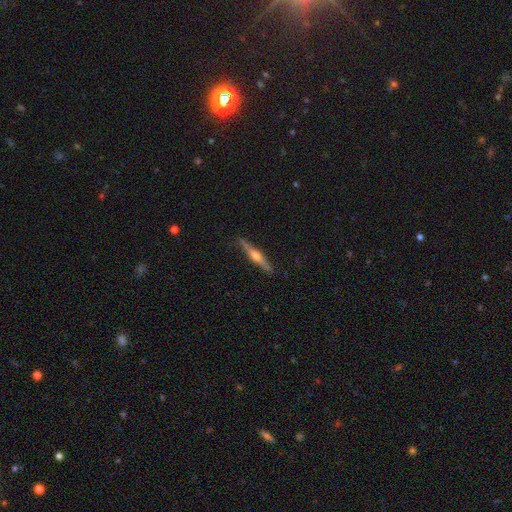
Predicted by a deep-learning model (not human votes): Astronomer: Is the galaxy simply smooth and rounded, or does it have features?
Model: featured or disk — 72%.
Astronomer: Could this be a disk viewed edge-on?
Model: yes — 97%.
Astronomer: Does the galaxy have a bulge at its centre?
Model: rounded — 93%.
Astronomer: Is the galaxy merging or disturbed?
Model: none — 88%.